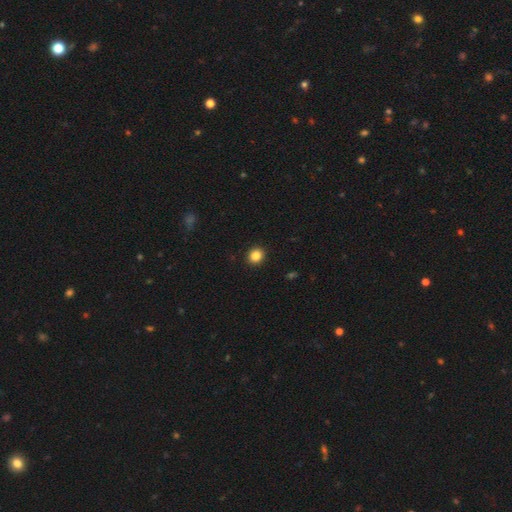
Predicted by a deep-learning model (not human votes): Overall: smooth (86%). How rounded: round (79%). Merging: none (93%).